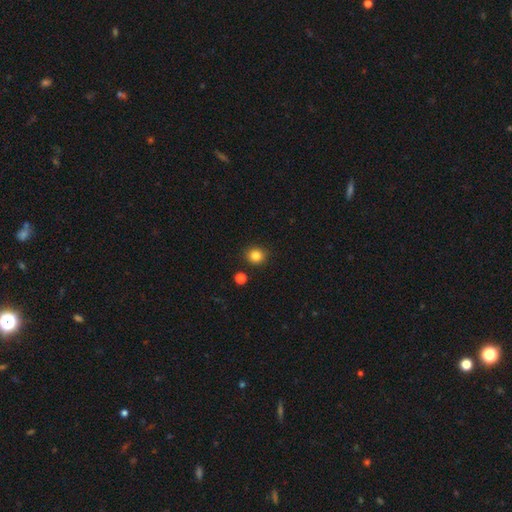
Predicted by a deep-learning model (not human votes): Smooth or featured? smooth (84%)
How rounded? round (88%)
Merging? none (89%)